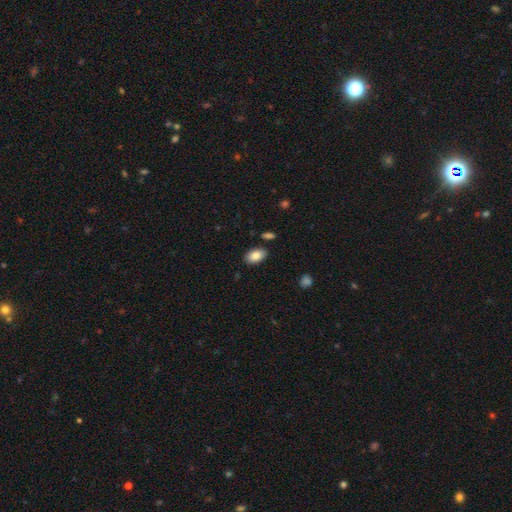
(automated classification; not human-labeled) Smooth or featured: smooth — 86% (star or artifact — 7%)
How rounded: in between — 91% (round — 7%)
Merging: none — 85% (minor disturbance — 10%)